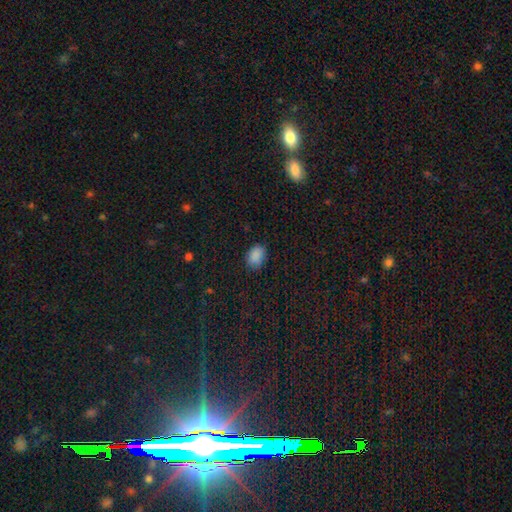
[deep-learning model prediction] This is clearly a smooth galaxy (87%). How rounded: likely in between (70%). Merging: likely none (79%).